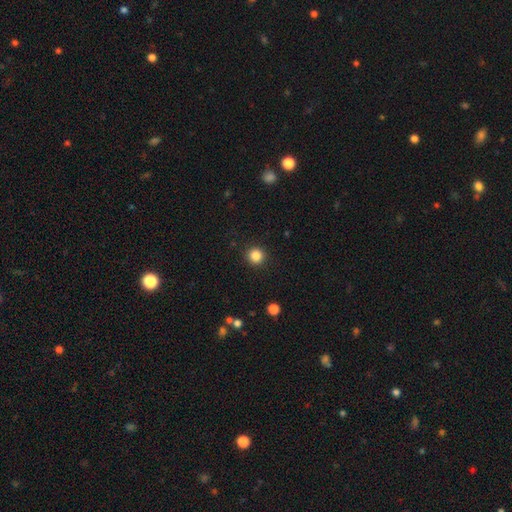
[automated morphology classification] This appears to be a smooth galaxy with no disk features (85%) that is round (95%). Merging: none (92%).